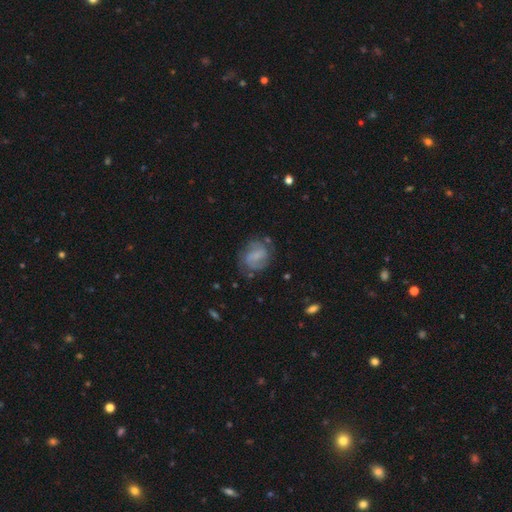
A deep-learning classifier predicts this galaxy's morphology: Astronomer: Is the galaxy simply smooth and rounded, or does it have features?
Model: featured or disk — 56% (runner-up: smooth, 36%).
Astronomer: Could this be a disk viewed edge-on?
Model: no — 98%.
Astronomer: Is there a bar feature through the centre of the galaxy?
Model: weak — 46% (runner-up: no, 40%).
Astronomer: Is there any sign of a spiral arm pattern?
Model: yes — 82%.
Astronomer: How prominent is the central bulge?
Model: small — 41% (runner-up: none, 38%).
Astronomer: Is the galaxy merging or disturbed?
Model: none — 65%.